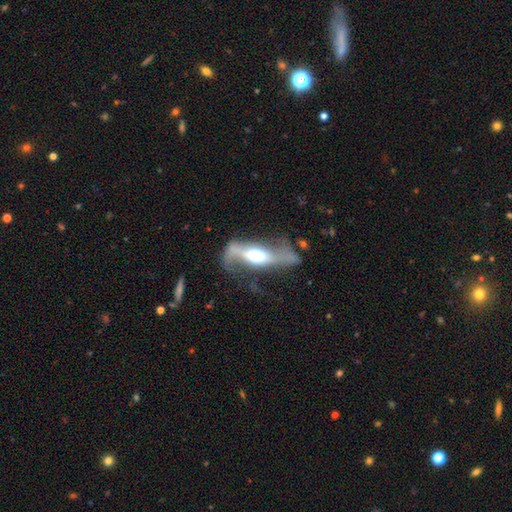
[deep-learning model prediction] Smooth or featured?
  - featured or disk: 75% *
  - smooth: 19%
  - star or artifact: 6%
Edge-on disk?
  - no: 68% *
  - yes: 32%
Bar?
  - no: 46% *
  - strong: 29%
  - weak: 25%
Spiral arms?
  - yes: 70% *
  - no: 30%
Bulge size?
  - moderate: 53% *
  - large: 34%
  - small: 6%
  - dominant: 6%
  - none: 1%
Merging?
  - none: 38% *
  - major disturbance: 33%
  - minor disturbance: 21%
  - merger: 8%